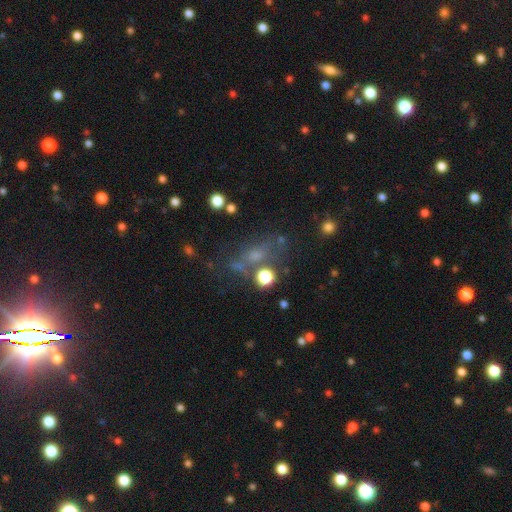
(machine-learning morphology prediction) This appears to be a smooth galaxy with no disk features (43%). Merging: none (52%).